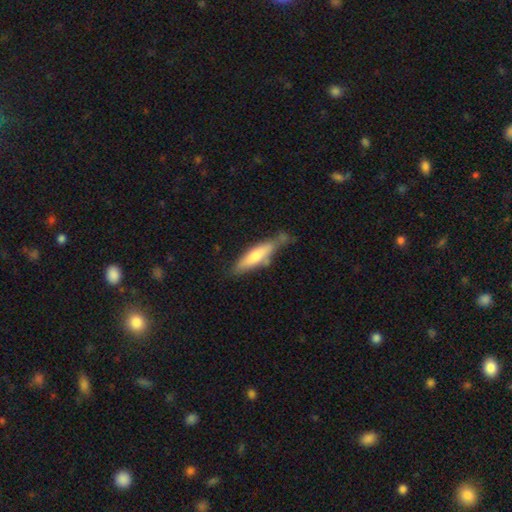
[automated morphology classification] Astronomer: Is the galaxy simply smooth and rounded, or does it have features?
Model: smooth — 62%.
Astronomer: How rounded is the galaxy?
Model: cigar-shaped — 75%.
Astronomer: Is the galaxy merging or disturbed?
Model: none — 59%.